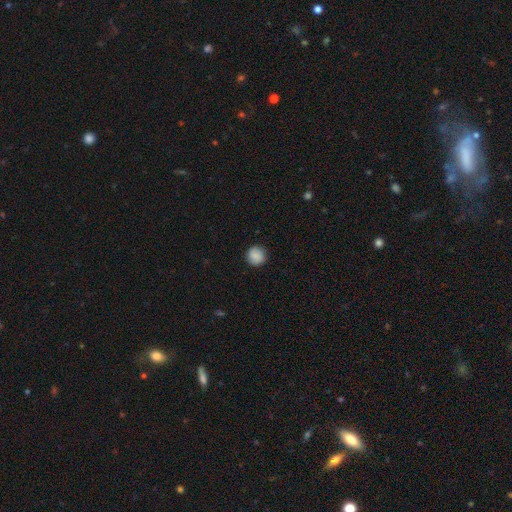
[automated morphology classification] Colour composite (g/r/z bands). It shows a smooth galaxy with no disk features (87%) that is round (94%). Merging: none (90%).